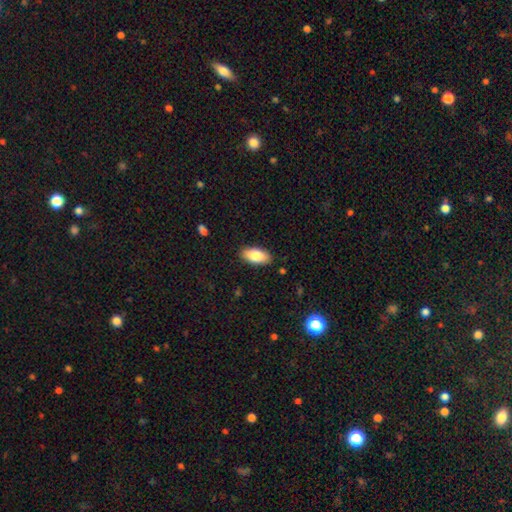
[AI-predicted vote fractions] smooth 83%, featured or disk 11%, star or artifact 6%. Down the decision tree: how rounded — in between (91%); merging — none (88%).